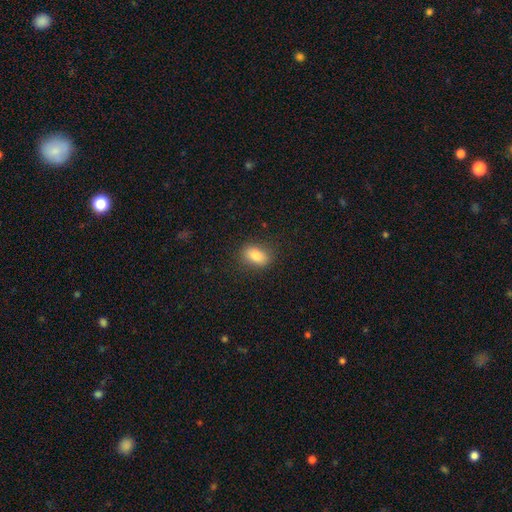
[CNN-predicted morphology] smooth 84%, star or artifact 9%, featured or disk 7%. Down the decision tree: how rounded — in between (84%); merging — none (83%).